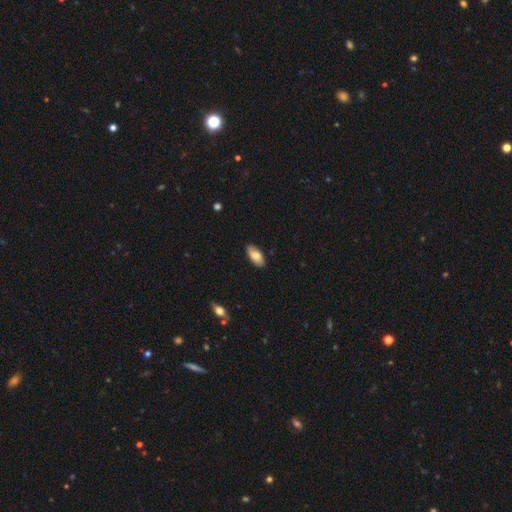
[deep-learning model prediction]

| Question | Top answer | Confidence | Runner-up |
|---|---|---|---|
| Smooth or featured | smooth | 77% | featured or disk (17%) |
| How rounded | in between | 92% | cigar-shaped (6%) |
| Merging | none | 87% | minor disturbance (10%) |